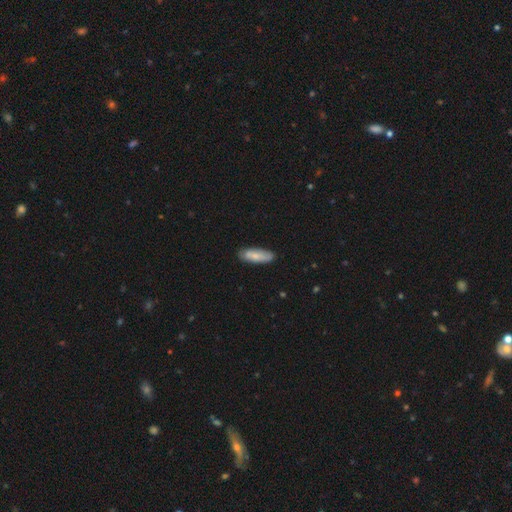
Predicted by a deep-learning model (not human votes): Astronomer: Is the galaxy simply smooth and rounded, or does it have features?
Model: smooth — 71%.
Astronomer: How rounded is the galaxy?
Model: in between — 60% (runner-up: cigar-shaped, 38%).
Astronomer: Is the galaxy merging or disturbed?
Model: none — 79%.